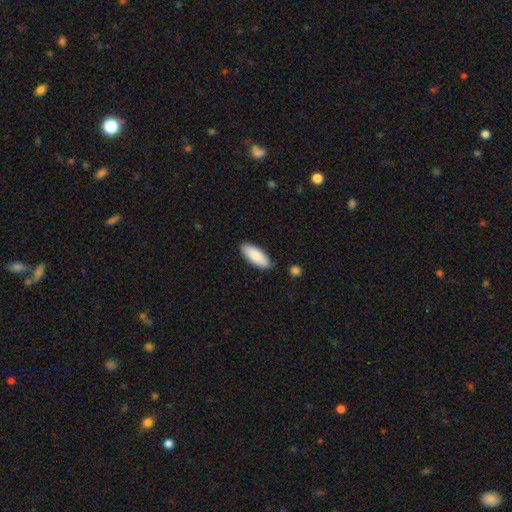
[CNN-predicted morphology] Q: Smooth or featured?
A: smooth (86%); runner-up: featured or disk (8%)
Q: How rounded?
A: in between (75%); runner-up: cigar-shaped (24%)
Q: Merging?
A: none (85%); runner-up: minor disturbance (11%)